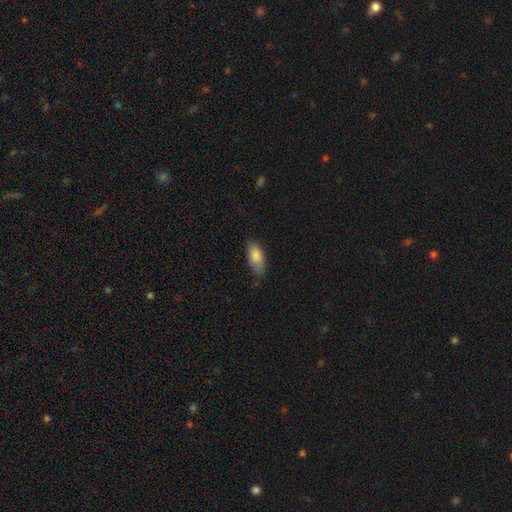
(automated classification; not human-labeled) This appears to be a smooth galaxy with no disk features (85%) that is in between round and cigar-shaped (85%). Merging: none (69%).